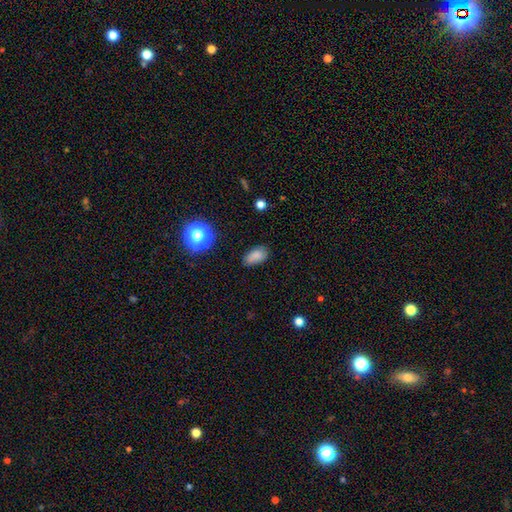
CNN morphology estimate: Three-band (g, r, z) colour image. It shows a smooth galaxy with no disk features (80%) that is in between round and cigar-shaped (88%). Merging: none (72%).